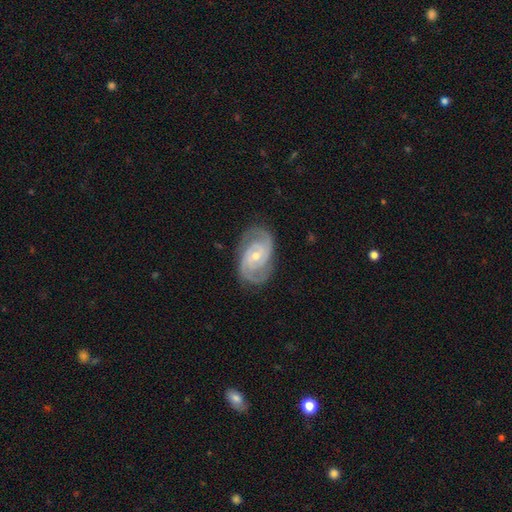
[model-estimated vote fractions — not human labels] Overall: featured or disk (90%). Edge-on disk: no (97%). Bar: no (58%; weak 33%). Spiral arms: yes (98%). Spiral arm count: 2 (75%). Spiral winding: tight (60%; medium 34%). Bulge size: small (51%; moderate 46%). Merging: none (80%).